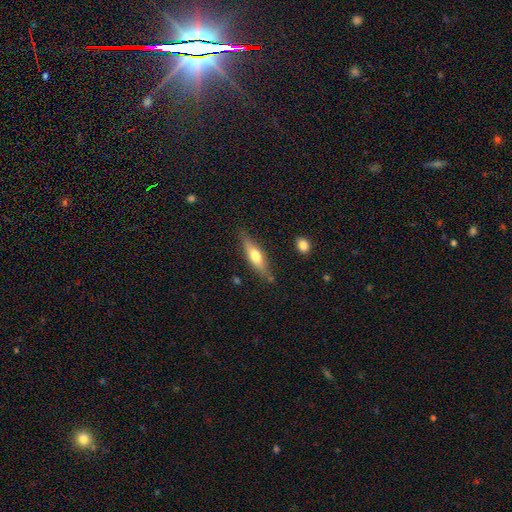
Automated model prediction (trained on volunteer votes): Q: Smooth or featured?
A: smooth (54%); runner-up: featured or disk (40%)
Q: How rounded?
A: cigar-shaped (63%); runner-up: in between (34%)
Q: Merging?
A: none (78%); runner-up: minor disturbance (16%)